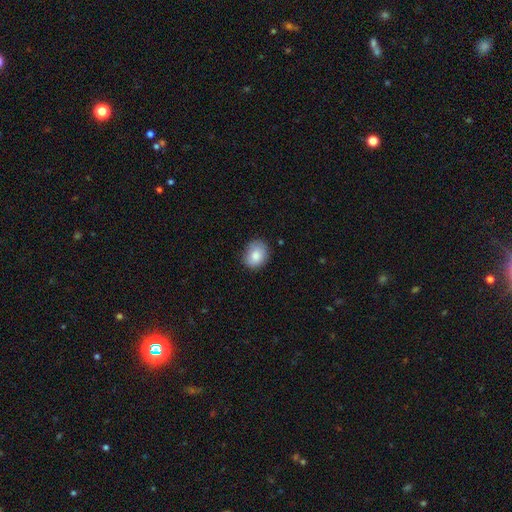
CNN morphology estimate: Q: Smooth or featured?
A: smooth (83%); runner-up: featured or disk (10%)
Q: How rounded?
A: round (54%); runner-up: in between (45%)
Q: Merging?
A: none (79%); runner-up: minor disturbance (17%)